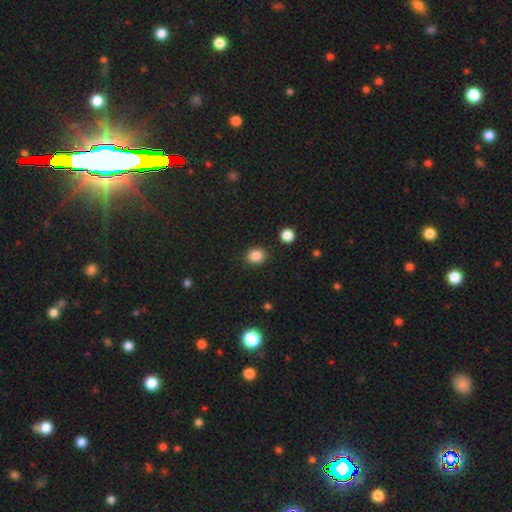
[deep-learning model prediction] Smooth or featured?
  - smooth: 85% *
  - star or artifact: 11%
  - featured or disk: 4%
How rounded?
  - round: 72% *
  - in between: 27%
  - cigar-shaped: 1%
Merging?
  - none: 87% *
  - minor disturbance: 8%
  - major disturbance: 2%
  - merger: 2%